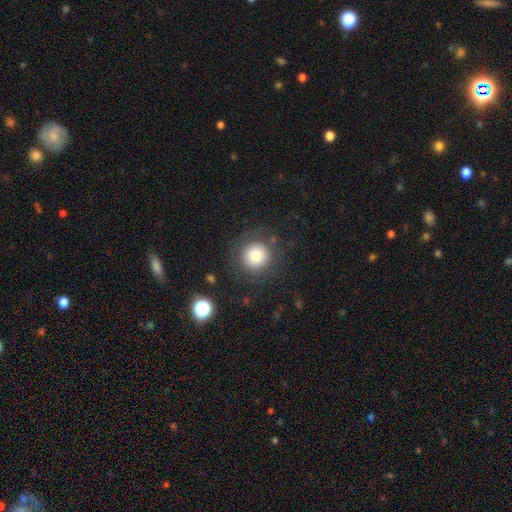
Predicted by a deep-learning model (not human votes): A smooth galaxy with no disk features (78%) that is round (93%). Merging: none (82%).